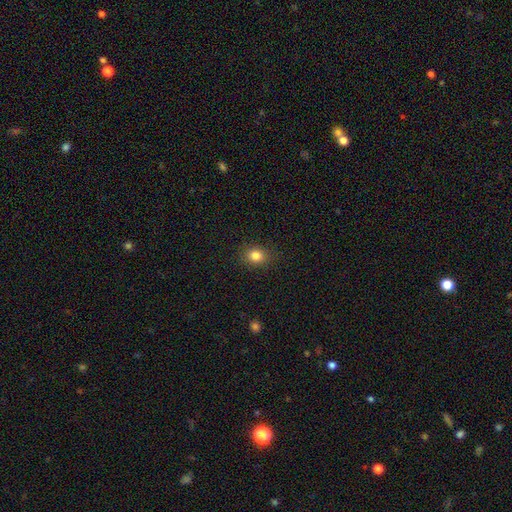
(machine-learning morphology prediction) Smooth or featured? Predicted: smooth (p=0.83). How rounded? Predicted: round (p=0.54). Merging? Predicted: none (p=0.88).